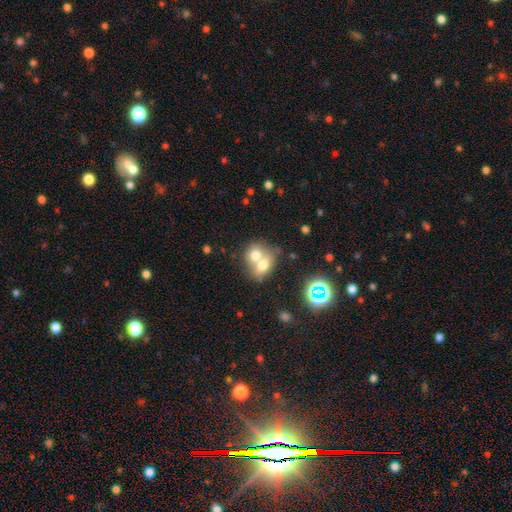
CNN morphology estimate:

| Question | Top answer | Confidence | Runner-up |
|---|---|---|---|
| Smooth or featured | smooth | 67% | featured or disk (22%) |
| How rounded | round | 54% | in between (45%) |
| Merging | merger | 72% | none (19%) |